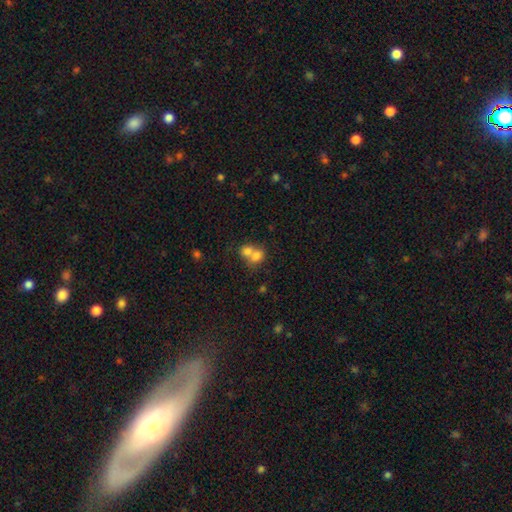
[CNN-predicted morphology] type=smooth (73%); roundness=round (56%); merging=merger (70%).